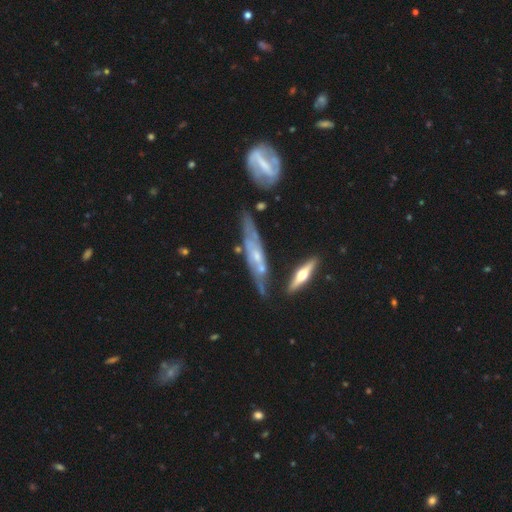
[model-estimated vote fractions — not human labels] smooth_or_featured: featured or disk (p=0.72) [alt: smooth p=0.19]
disk_edge_on: yes (p=0.62) [alt: no p=0.38]
merging: none (p=0.59) [alt: minor disturbance p=0.22]